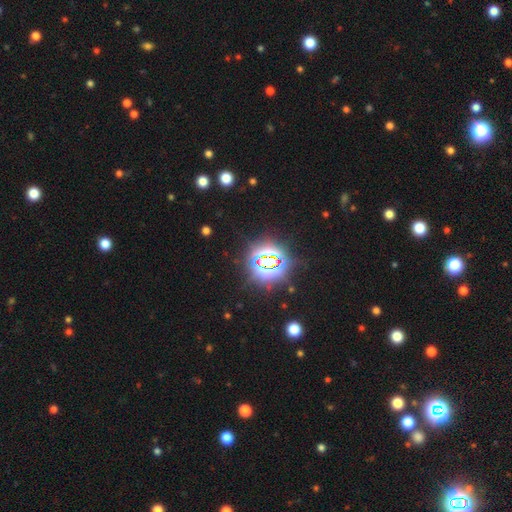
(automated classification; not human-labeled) Smooth or featured? Predicted: star or artifact (p=0.79).